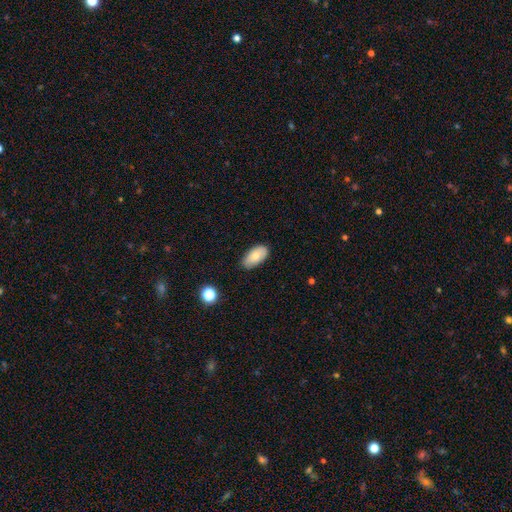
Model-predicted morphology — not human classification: Smooth or featured: smooth — 76% (featured or disk — 16%)
How rounded: in between — 93% (round — 4%)
Merging: none — 80% (minor disturbance — 16%)